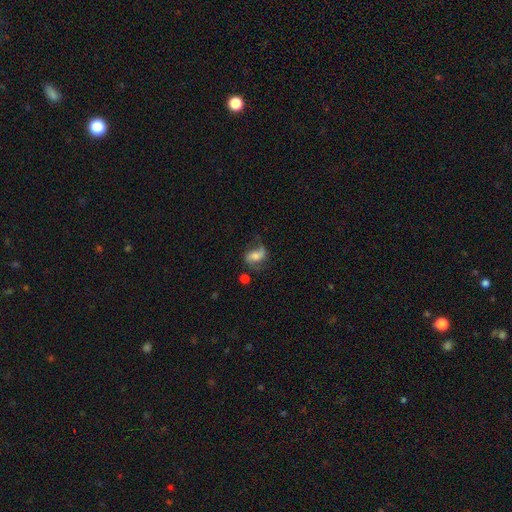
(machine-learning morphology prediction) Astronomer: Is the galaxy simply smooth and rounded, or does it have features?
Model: featured or disk — 55% (runner-up: smooth, 36%).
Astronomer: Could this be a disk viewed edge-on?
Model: no — 95%.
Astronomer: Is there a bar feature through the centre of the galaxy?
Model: no — 38% (runner-up: weak, 35%).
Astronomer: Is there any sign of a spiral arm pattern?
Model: yes — 86%.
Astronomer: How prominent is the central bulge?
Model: moderate — 41% (runner-up: small, 32%).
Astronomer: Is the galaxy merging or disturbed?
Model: none — 52%.